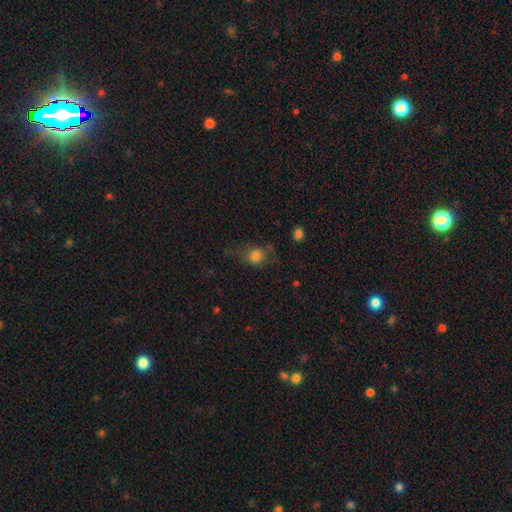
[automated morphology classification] The model was most divided on "how rounded": round: 57%, in between: 41%, cigar-shaped: 2%. More confident: smooth or featured — smooth (75%); merging — none (51%).